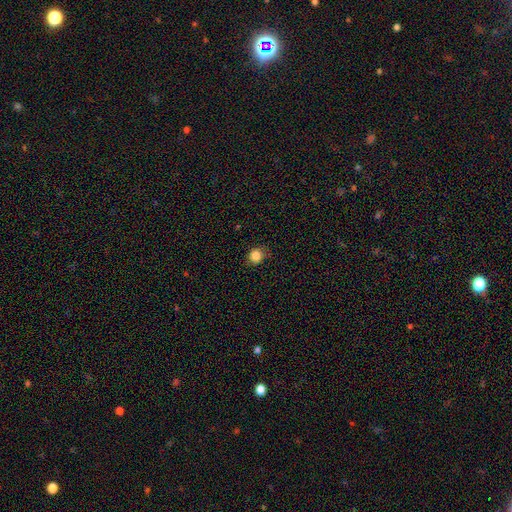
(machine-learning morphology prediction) This is clearly a smooth galaxy (85%). How rounded: clearly round (83%). Merging: clearly none (84%).